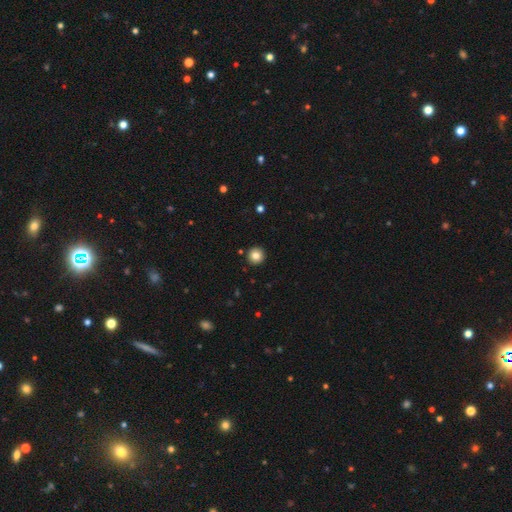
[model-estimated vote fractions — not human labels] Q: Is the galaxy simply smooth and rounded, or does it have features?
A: smooth — 83%.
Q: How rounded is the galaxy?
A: round — 96%.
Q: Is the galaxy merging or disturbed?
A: none — 93%.